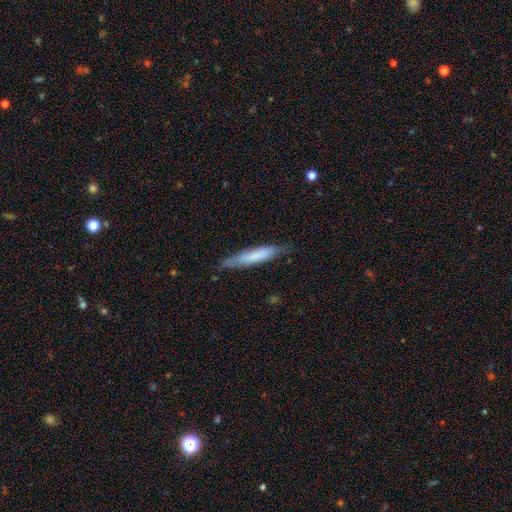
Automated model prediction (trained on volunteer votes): The model was most divided on "smooth or featured": smooth: 70%, featured or disk: 24%, star or artifact: 6%. More confident: how rounded — cigar-shaped (88%); merging — none (76%).